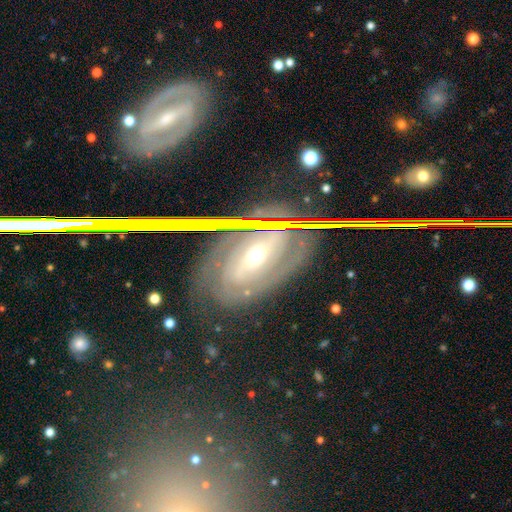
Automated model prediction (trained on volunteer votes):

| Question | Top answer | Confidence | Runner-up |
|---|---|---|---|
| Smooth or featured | featured or disk | 74% | star or artifact (14%) |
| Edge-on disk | no | 89% | yes (11%) |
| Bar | no | 40% | weak (30%) |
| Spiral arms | yes | 86% | no (14%) |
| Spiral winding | tight | 62% | medium (29%) |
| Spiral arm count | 2 | 44% | can't tell (32%) |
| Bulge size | moderate | 49% | small (46%) |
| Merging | none | 66% | minor disturbance (18%) |